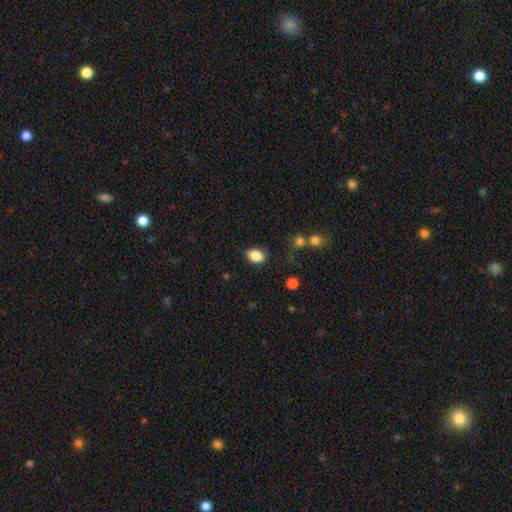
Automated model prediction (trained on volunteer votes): A smooth galaxy with no disk features (87%) that is in between round and cigar-shaped (86%). Merging: none (82%).